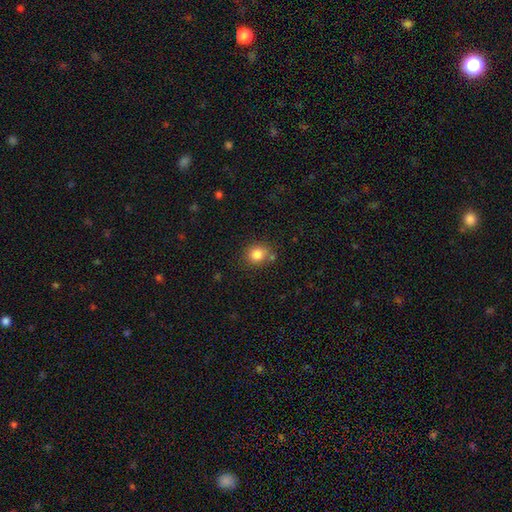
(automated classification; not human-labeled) Q: Smooth or featured?
A: smooth (81%); runner-up: star or artifact (13%)
Q: How rounded?
A: round (79%); runner-up: in between (20%)
Q: Merging?
A: none (75%); runner-up: minor disturbance (13%)